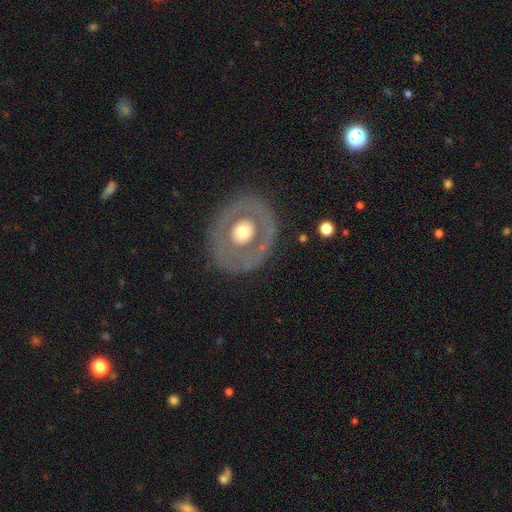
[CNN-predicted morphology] This is likely a featured or disk galaxy (61%). It is clearly not viewed edge-on (94%). Bar: clearly no (86%). Spiral arm pattern: clearly no (85%). Central bulge: likely moderate (64%). Merging: clearly none (82%).